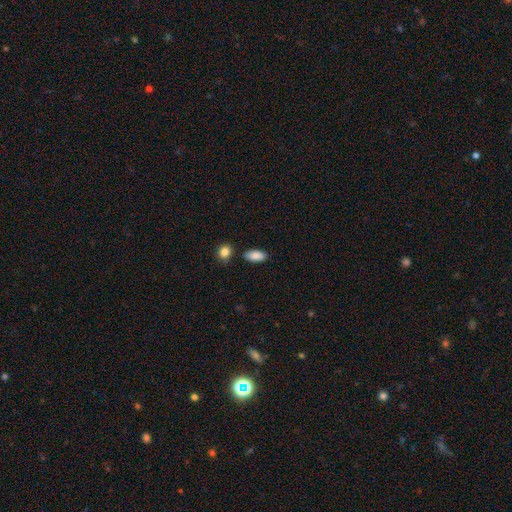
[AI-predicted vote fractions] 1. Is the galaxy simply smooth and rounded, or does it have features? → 89% smooth, 6% star or artifact, 5% featured or disk.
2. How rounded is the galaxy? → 88% in between, 9% cigar-shaped, 3% round.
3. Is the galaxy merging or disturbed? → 82% none, 11% minor disturbance, 5% merger, 3% major disturbance.